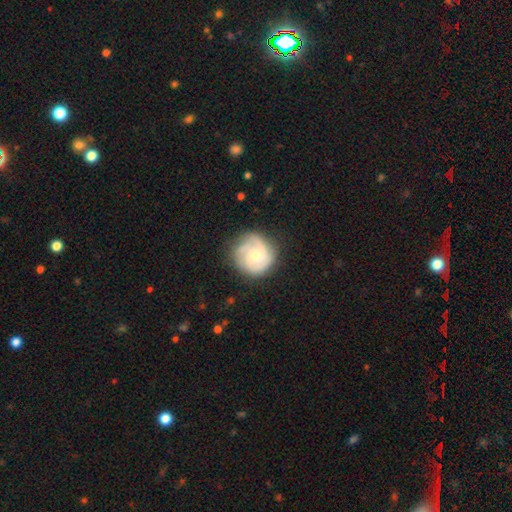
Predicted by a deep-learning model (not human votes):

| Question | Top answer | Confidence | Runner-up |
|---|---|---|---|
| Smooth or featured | featured or disk | 73% | smooth (21%) |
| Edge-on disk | no | 98% | yes (2%) |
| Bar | no | 72% | weak (25%) |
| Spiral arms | yes | 94% | no (6%) |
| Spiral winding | tight | 59% | medium (32%) |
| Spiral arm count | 3 | 43% | can't tell (21%) |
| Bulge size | moderate | 50% | small (42%) |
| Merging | none | 75% | minor disturbance (17%) |